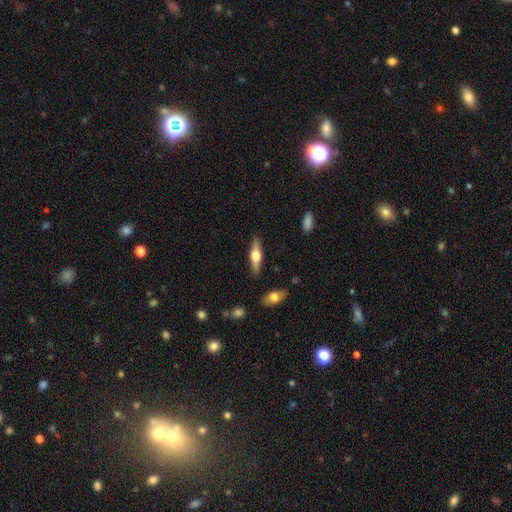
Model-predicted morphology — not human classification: The model was most divided on "smooth or featured": featured or disk: 53%, smooth: 41%, star or artifact: 6%. More confident: edge-on disk — yes (93%); merging — none (86%).